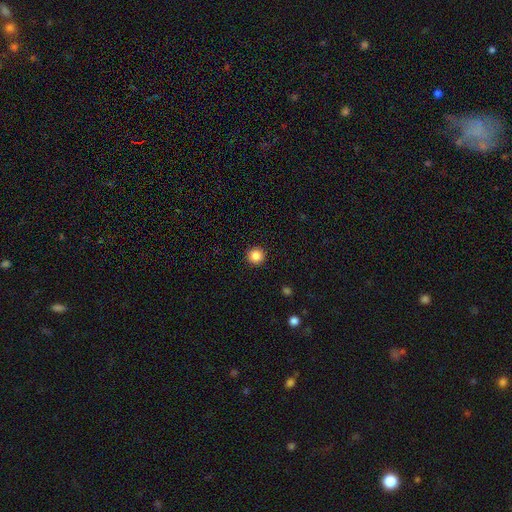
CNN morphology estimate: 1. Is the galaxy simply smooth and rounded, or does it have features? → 85% smooth, 10% star or artifact, 4% featured or disk.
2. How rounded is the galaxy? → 96% round, 3% in between, 1% cigar-shaped.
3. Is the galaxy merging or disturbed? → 93% none, 4% minor disturbance, 2% major disturbance, 1% merger.